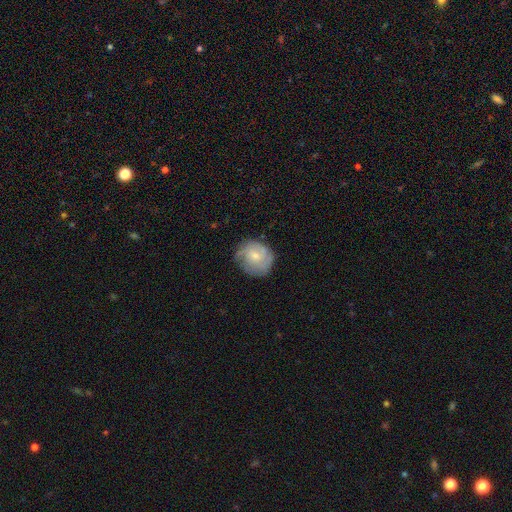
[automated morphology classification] A featured or disk galaxy (48%).

Vote fractions:
- Smooth or featured? featured or disk: 48% / smooth: 45% / star or artifact: 7%
- Merging? none: 68% / minor disturbance: 23% / major disturbance: 7% / merger: 1%